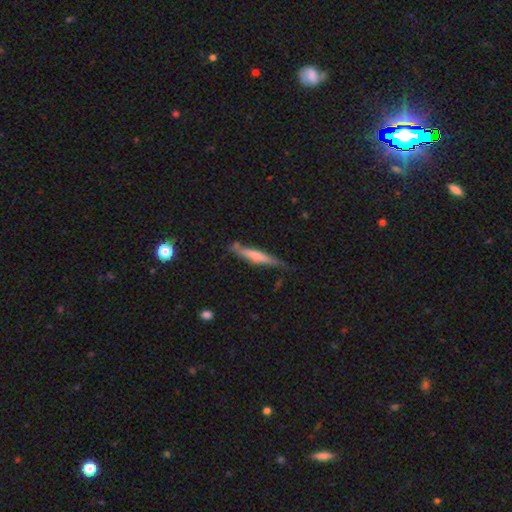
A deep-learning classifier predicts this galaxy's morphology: Smooth or featured? smooth (55%)
How rounded? cigar-shaped (92%)
Merging? none (66%)